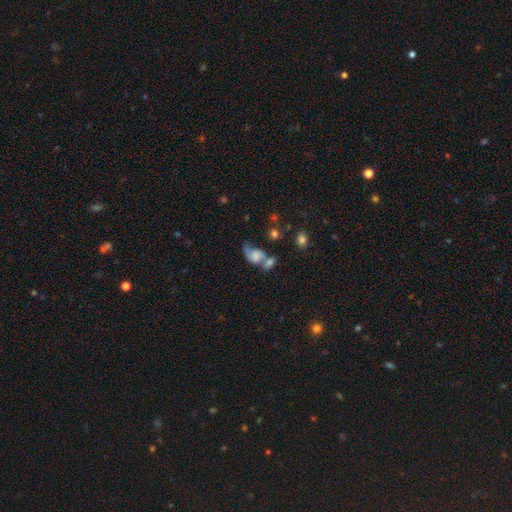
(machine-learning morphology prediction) Overall: smooth (49%; featured or disk 39%). Merging: merger (43%; none 23%).